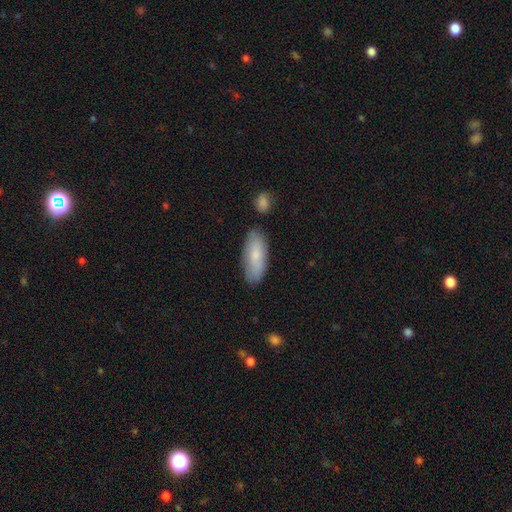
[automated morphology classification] Smooth or featured: smooth — 78% (featured or disk — 16%)
How rounded: in between — 76% (cigar-shaped — 22%)
Merging: none — 78% (minor disturbance — 15%)